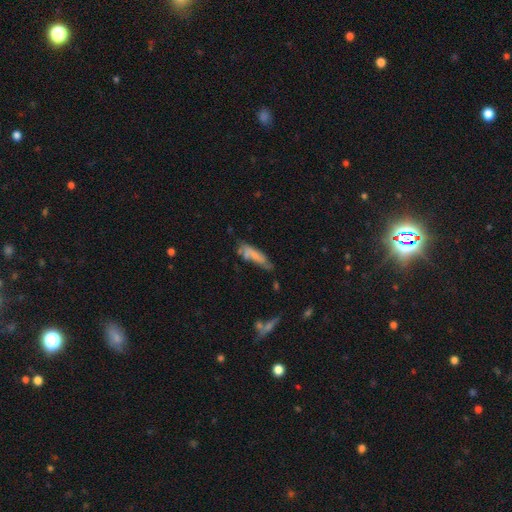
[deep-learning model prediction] Smooth or featured? Predicted: smooth (p=0.62). How rounded? Predicted: cigar-shaped (p=0.67). Merging? Predicted: none (p=0.48).